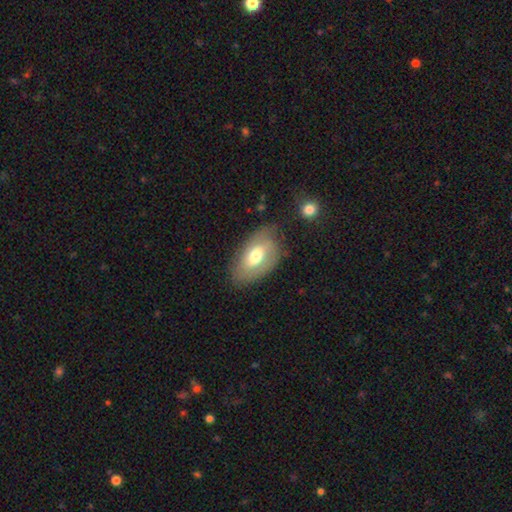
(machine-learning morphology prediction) smooth_or_featured: smooth (p=0.51) [alt: featured or disk p=0.42]
how_rounded: in between (p=0.92) [alt: round p=0.06]
merging: none (p=0.68) [alt: minor disturbance p=0.22]